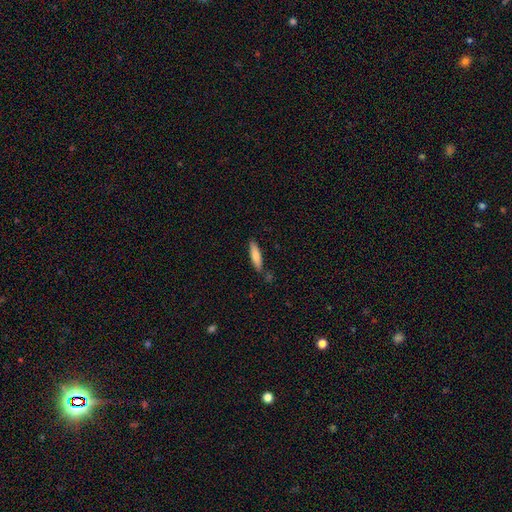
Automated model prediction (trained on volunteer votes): A smooth galaxy with no disk features (76%) that is cigar-shaped (78%).

Vote fractions:
- Smooth or featured? smooth: 76% / featured or disk: 18% / star or artifact: 6%
- How rounded? cigar-shaped: 78% / in between: 20% / round: 1%
- Merging? none: 80% / minor disturbance: 13% / merger: 4% / major disturbance: 2%